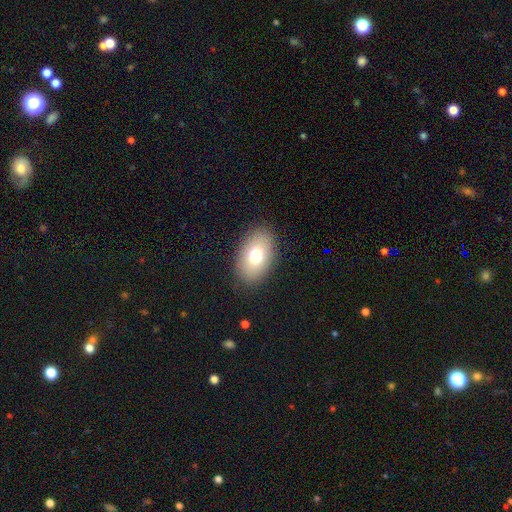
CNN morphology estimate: This is likely a smooth galaxy (74%). How rounded: clearly in between (89%). Merging: clearly none (87%).